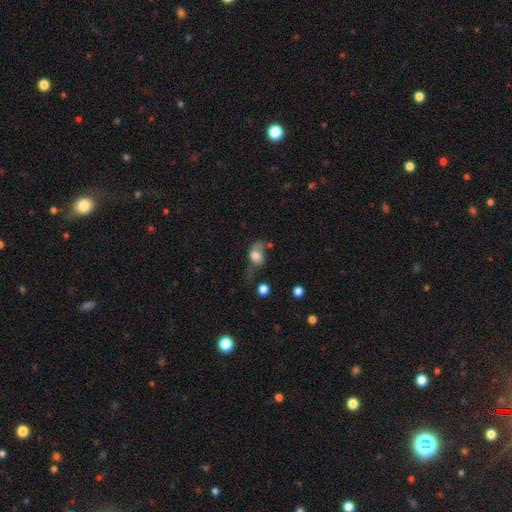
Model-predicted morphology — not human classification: smooth 67%, featured or disk 24%, star or artifact 9%. Down the decision tree: how rounded — in between (71%); merging — major disturbance (38%).